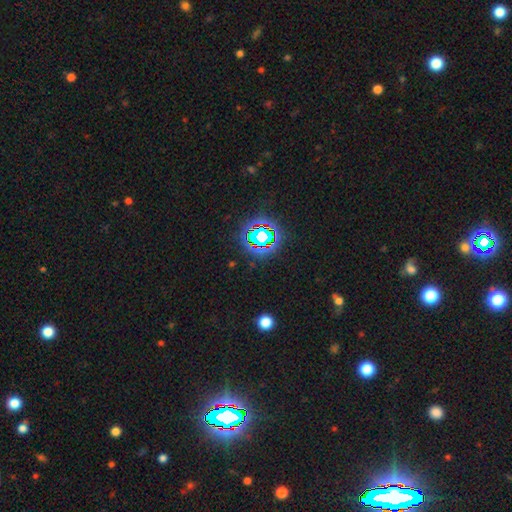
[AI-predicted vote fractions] smooth-or-featured: star or artifact: 80% | smooth: 12% | featured or disk: 8%